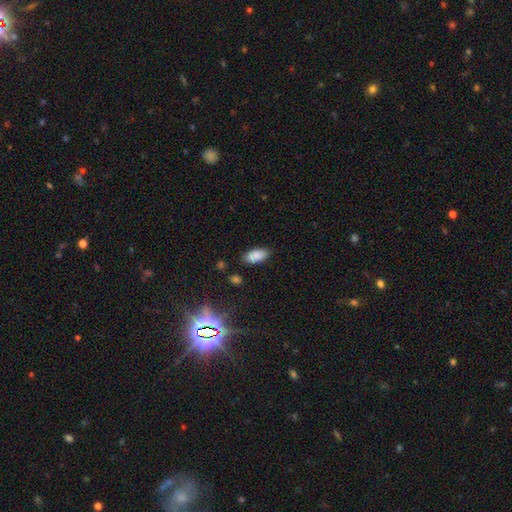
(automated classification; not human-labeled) Overall: smooth (84%). How rounded: in between (92%). Merging: none (83%).